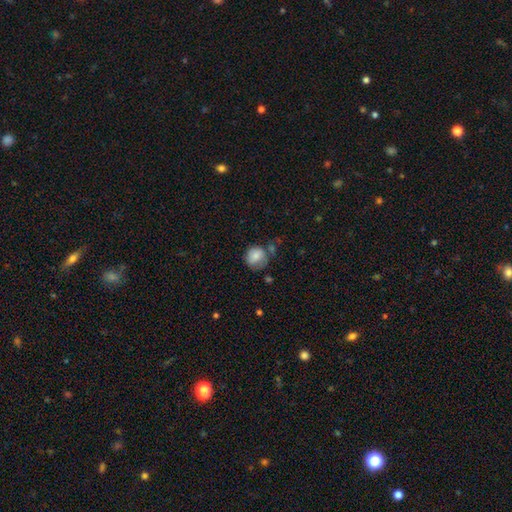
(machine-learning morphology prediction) The model was most divided on "merging": none: 51%, minor disturbance: 28%, major disturbance: 11%, merger: 10%. More confident: smooth or featured — smooth (80%); how rounded — round (77%).